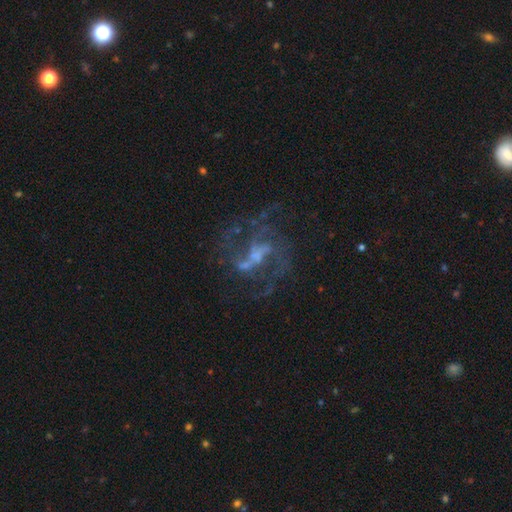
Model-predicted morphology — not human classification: type=featured or disk (82%); edge-on=no (97%); bar=weak (46%); spiral arms=yes (88%); winding=medium (47%); arm count=2 (46%); bulge=small (40%); merging=none (57%).